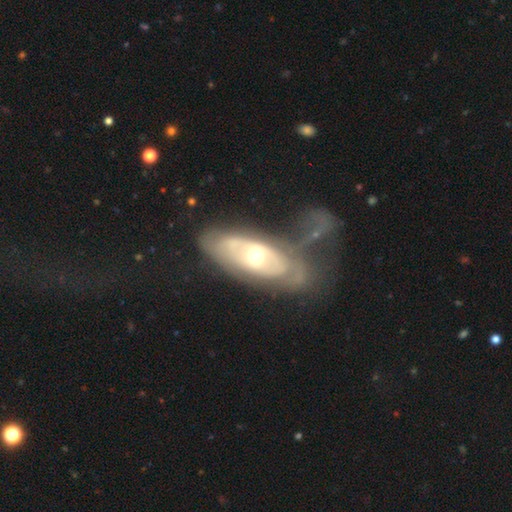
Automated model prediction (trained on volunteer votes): This is likely a featured or disk galaxy (73%). It is clearly not viewed edge-on (87%). Bar: likely no (75%). Spiral arm pattern: possibly yes (54%). Central bulge: likely moderate (70%). Merging: marginally none (34%).